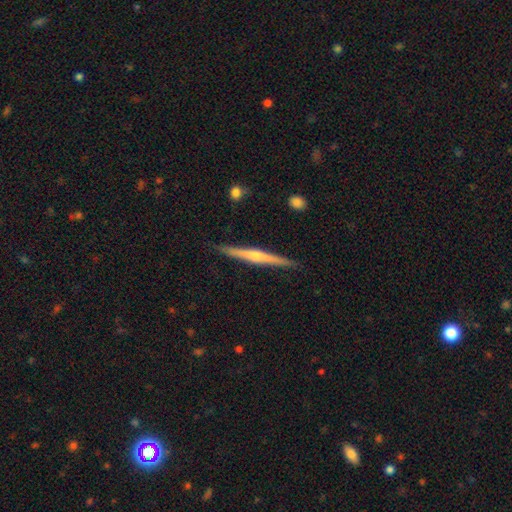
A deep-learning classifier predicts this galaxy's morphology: This appears to be a featured or disk galaxy (73%) viewed edge-on (98%) with a rounded central bulge (75%). Merging: none (91%).